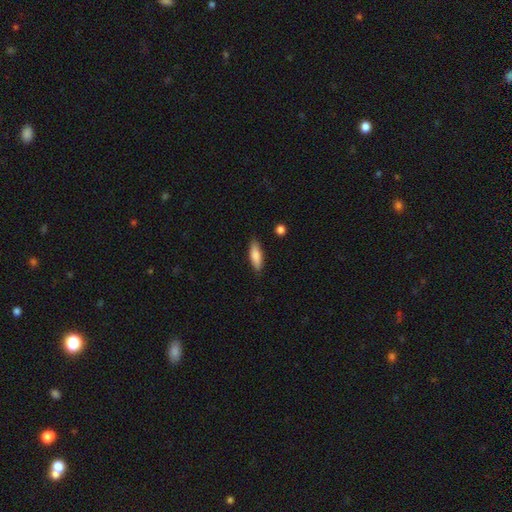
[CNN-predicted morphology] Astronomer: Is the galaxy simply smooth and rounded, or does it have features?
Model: smooth — 83%.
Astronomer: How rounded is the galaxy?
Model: in between — 53% (runner-up: cigar-shaped, 45%).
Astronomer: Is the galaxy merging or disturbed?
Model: none — 86%.